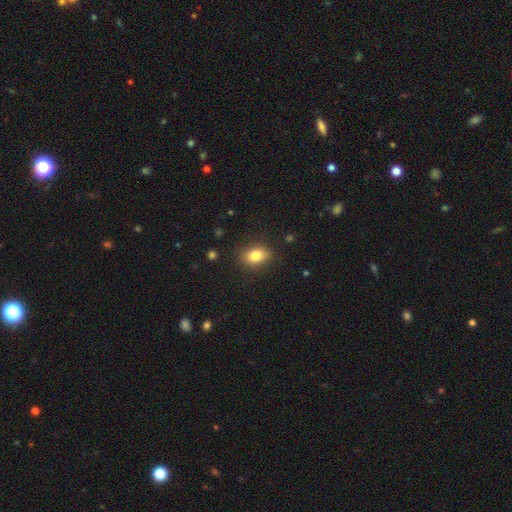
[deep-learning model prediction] Smooth or featured?
  - smooth: 82% *
  - star or artifact: 9%
  - featured or disk: 9%
How rounded?
  - in between: 73% *
  - round: 25%
  - cigar-shaped: 2%
Merging?
  - none: 86% *
  - minor disturbance: 10%
  - major disturbance: 3%
  - merger: 1%